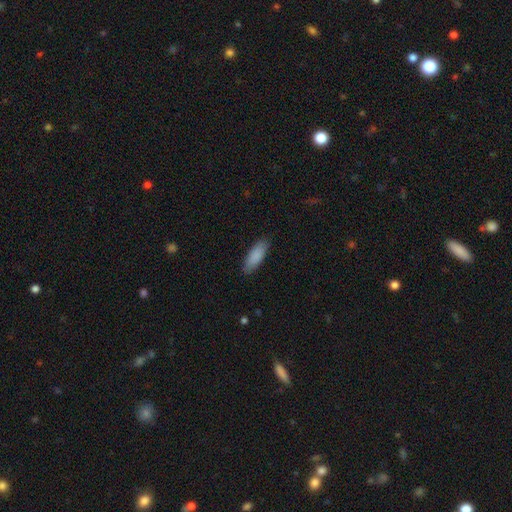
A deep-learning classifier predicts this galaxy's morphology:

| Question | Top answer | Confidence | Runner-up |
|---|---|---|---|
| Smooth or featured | smooth | 88% | featured or disk (6%) |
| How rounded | in between | 63% | cigar-shaped (35%) |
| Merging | none | 86% | minor disturbance (11%) |